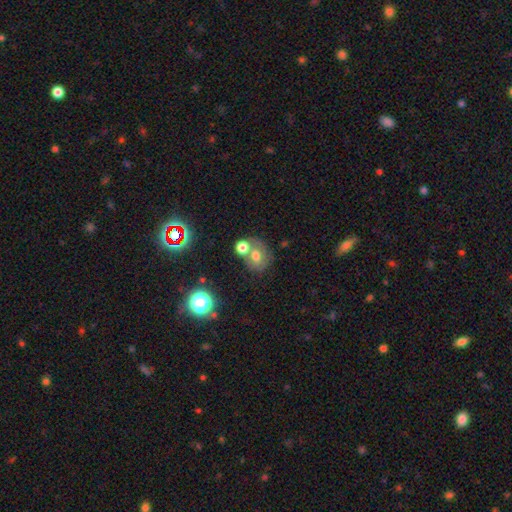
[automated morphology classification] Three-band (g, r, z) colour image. It shows a smooth galaxy with no disk features (60%) that is round (62%). Merging: none (44%).